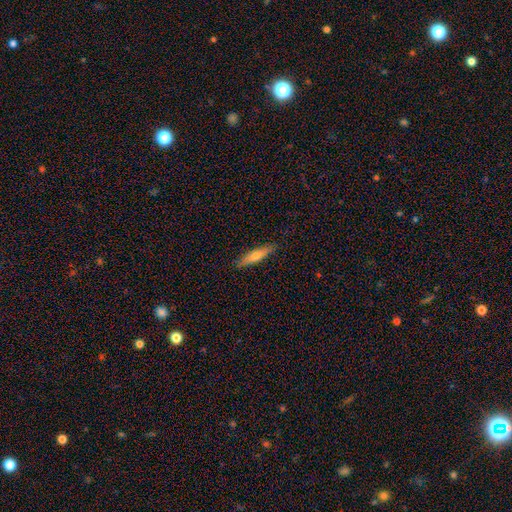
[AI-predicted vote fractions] Smooth or featured: smooth — 57% (featured or disk — 37%)
How rounded: cigar-shaped — 84% (in between — 14%)
Merging: none — 89% (minor disturbance — 8%)